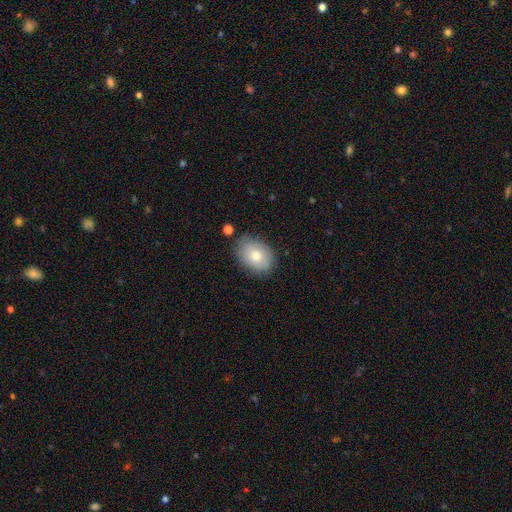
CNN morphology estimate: smooth-or-featured: smooth: 74% | featured or disk: 18% | star or artifact: 8%
  how-rounded: in between: 69% | round: 30% | cigar-shaped: 1%
  merging: none: 79% | minor disturbance: 15% | major disturbance: 3% | merger: 2%